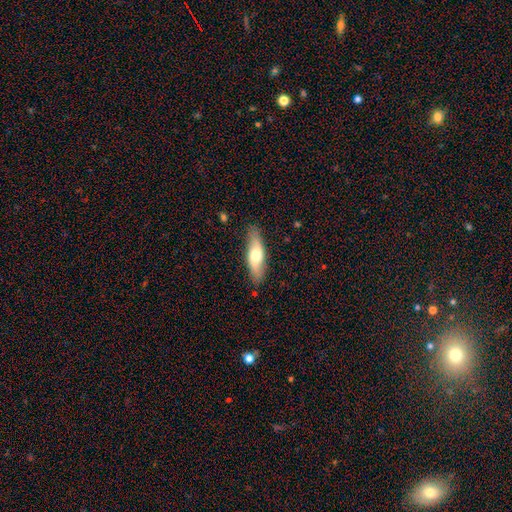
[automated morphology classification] Smooth or featured: smooth — 58% (featured or disk — 36%)
How rounded: in between — 52% (cigar-shaped — 45%)
Merging: none — 83% (minor disturbance — 13%)